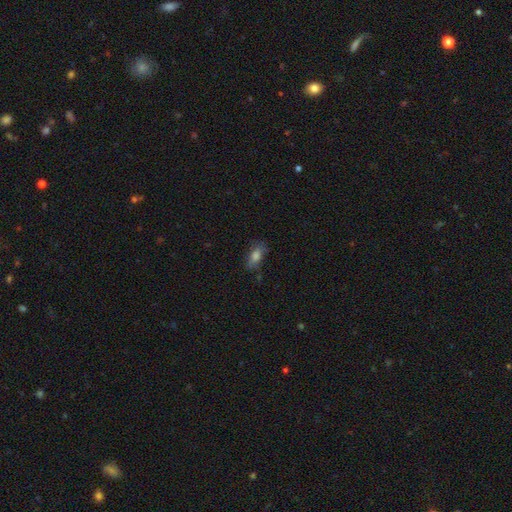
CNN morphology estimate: smooth_or_featured: smooth (p=0.70) [alt: featured or disk p=0.18]
how_rounded: in between (p=0.78) [alt: cigar-shaped p=0.14]
merging: none (p=0.66) [alt: minor disturbance p=0.23]